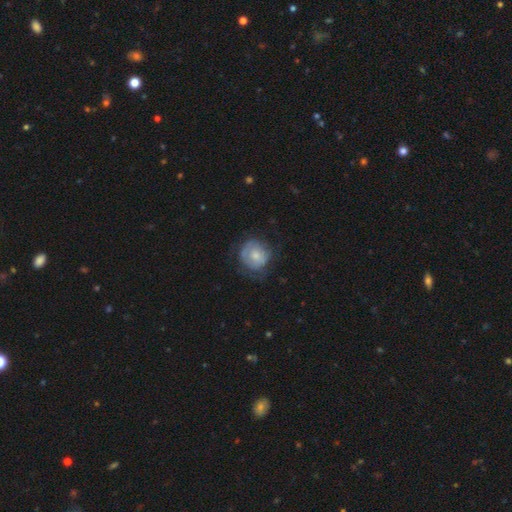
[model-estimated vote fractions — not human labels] Q: Smooth or featured?
A: smooth (56%); runner-up: featured or disk (37%)
Q: How rounded?
A: round (83%); runner-up: in between (16%)
Q: Merging?
A: none (57%); runner-up: minor disturbance (27%)